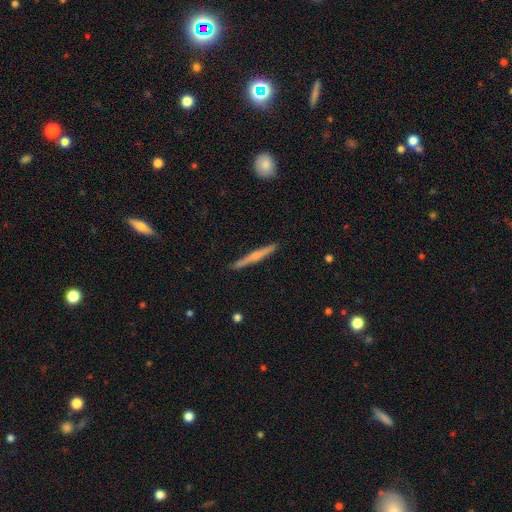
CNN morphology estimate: featured or disk 57%, smooth 38%, star or artifact 5%. Down the decision tree: edge-on disk — yes (98%); edge-on bulge — rounded (59%); merging — none (91%).